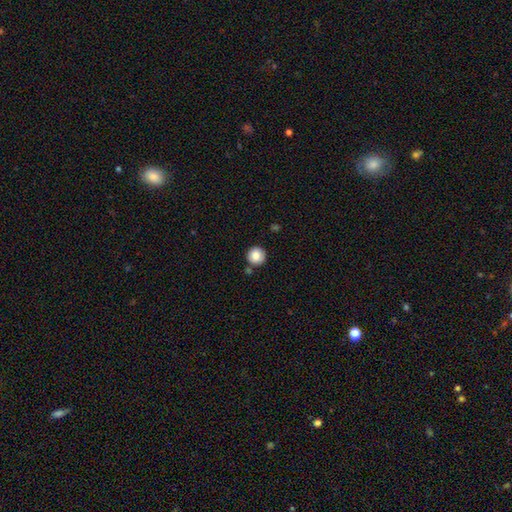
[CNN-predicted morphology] smooth 83%, star or artifact 9%, featured or disk 8%. Down the decision tree: how rounded — round (95%); merging — none (86%).